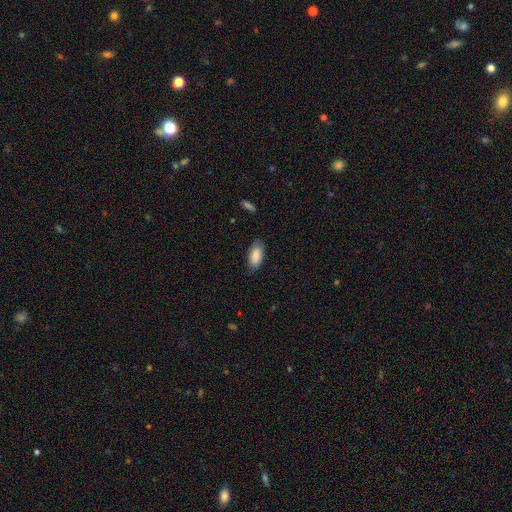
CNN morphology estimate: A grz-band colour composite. It shows a smooth galaxy with no disk features (86%) that is in between round and cigar-shaped (88%). Merging: none (81%).